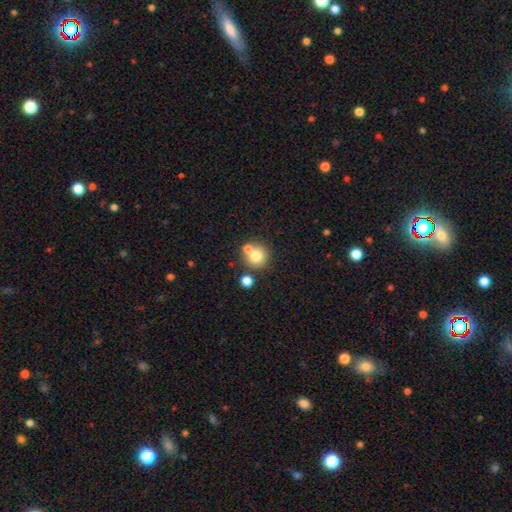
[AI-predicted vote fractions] A smooth galaxy with no disk features (76%) that is round (91%).

Vote fractions:
- Smooth or featured? smooth: 76% / featured or disk: 13% / star or artifact: 12%
- How rounded? round: 91% / in between: 8% / cigar-shaped: 1%
- Merging? none: 62% / merger: 26% / minor disturbance: 9% / major disturbance: 3%